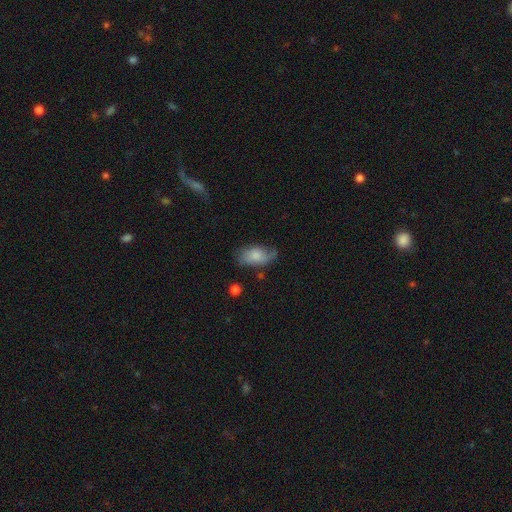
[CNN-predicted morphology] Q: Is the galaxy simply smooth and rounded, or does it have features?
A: smooth — 65%.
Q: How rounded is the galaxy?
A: in between — 91%.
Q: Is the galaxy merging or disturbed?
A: none — 56%.